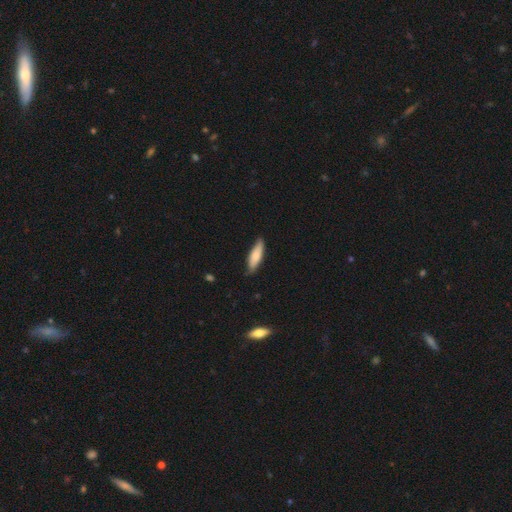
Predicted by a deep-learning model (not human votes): A smooth galaxy with no disk features (77%) that is cigar-shaped (55%).

Vote fractions:
- Smooth or featured? smooth: 77% / featured or disk: 17% / star or artifact: 6%
- How rounded? cigar-shaped: 55% / in between: 44% / round: 2%
- Merging? none: 80% / minor disturbance: 17% / major disturbance: 2% / merger: 1%